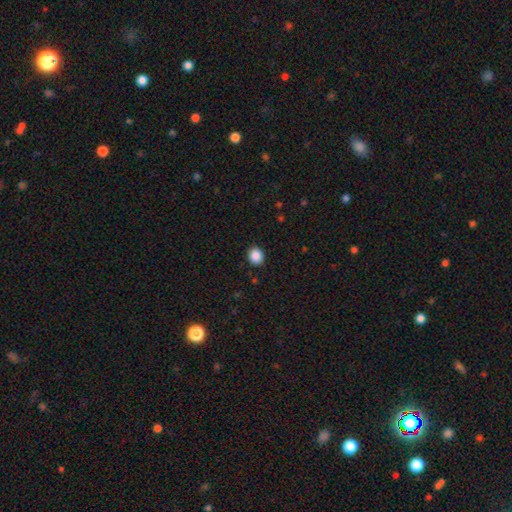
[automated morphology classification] This is clearly a smooth galaxy (88%). How rounded: likely round (65%). Merging: clearly none (91%).